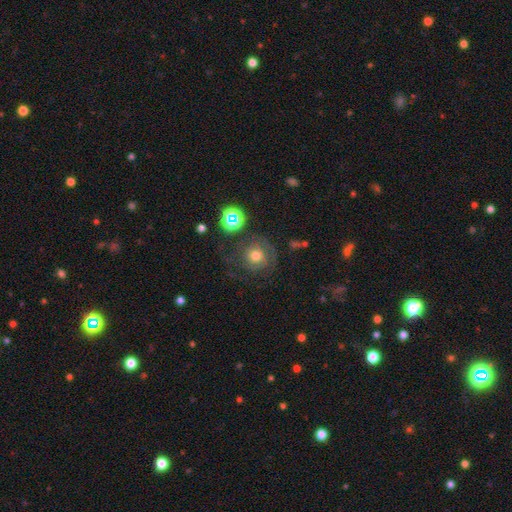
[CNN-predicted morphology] smooth_or_featured: featured or disk (p=0.50) [alt: smooth p=0.36]
disk_edge_on: no (p=0.97) [alt: yes p=0.03]
merging: none (p=0.60) [alt: major disturbance p=0.20]